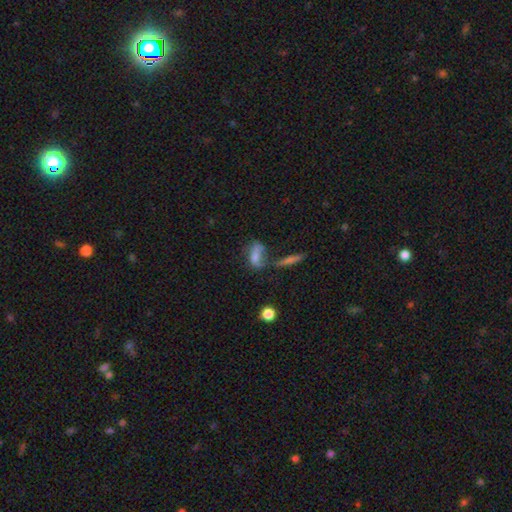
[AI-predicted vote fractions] A smooth galaxy with no disk features (60%) that is in between round and cigar-shaped (74%). Merging: none (36%).